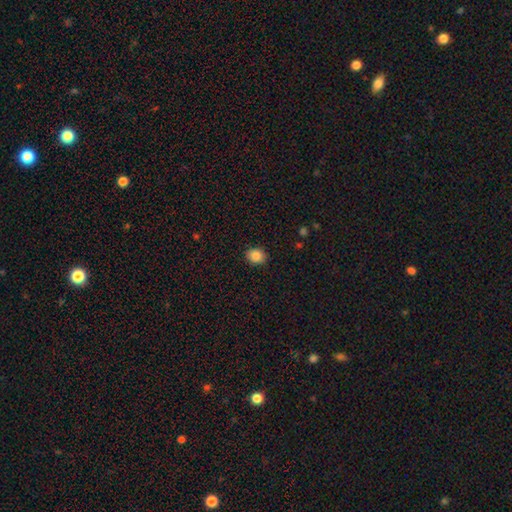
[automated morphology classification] Smooth or featured?
  - smooth: 86% *
  - star or artifact: 9%
  - featured or disk: 5%
How rounded?
  - round: 54% *
  - in between: 45%
  - cigar-shaped: 1%
Merging?
  - none: 89% *
  - minor disturbance: 8%
  - major disturbance: 2%
  - merger: 1%